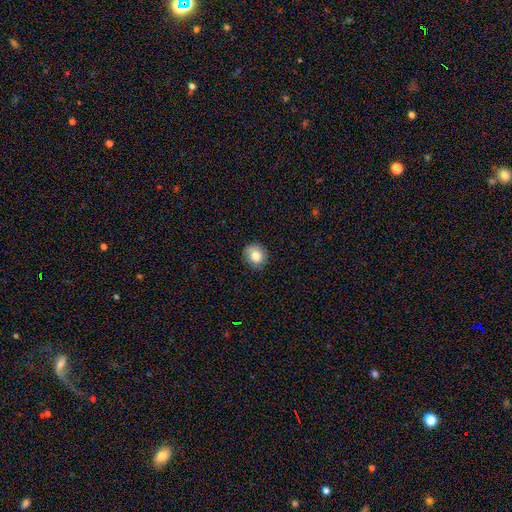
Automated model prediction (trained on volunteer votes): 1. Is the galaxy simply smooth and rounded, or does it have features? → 82% smooth, 9% star or artifact, 9% featured or disk.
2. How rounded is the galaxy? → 80% round, 19% in between, 1% cigar-shaped.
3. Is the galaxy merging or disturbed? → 84% none, 12% minor disturbance, 2% major disturbance, 1% merger.